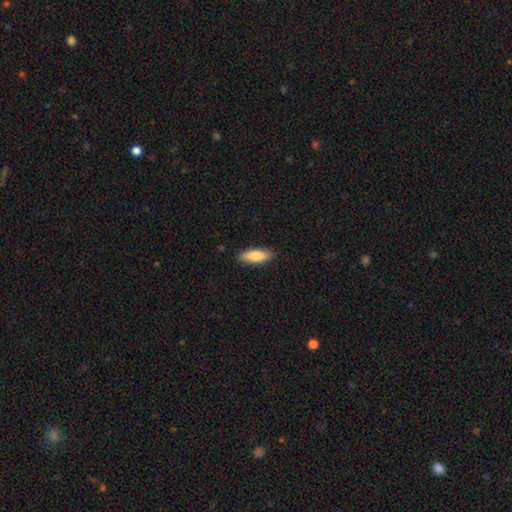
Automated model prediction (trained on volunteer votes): smooth-or-featured: smooth: 83% | featured or disk: 11% | star or artifact: 6%
  how-rounded: in between: 64% | cigar-shaped: 34% | round: 2%
  merging: none: 88% | minor disturbance: 9% | major disturbance: 2% | merger: 1%